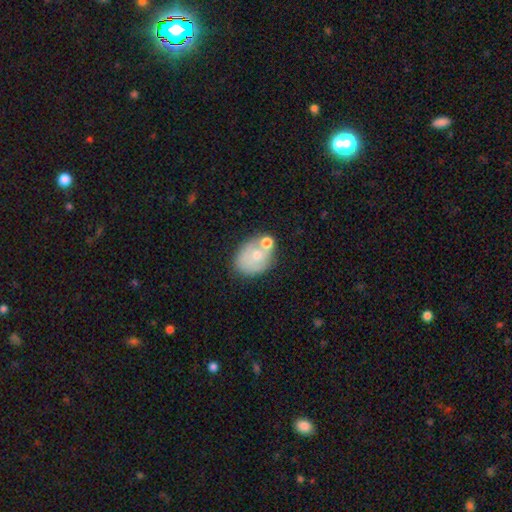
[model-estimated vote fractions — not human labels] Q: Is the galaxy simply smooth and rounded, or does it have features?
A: smooth — 57%.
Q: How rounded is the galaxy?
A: in between — 61%.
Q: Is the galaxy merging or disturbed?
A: none — 50%.